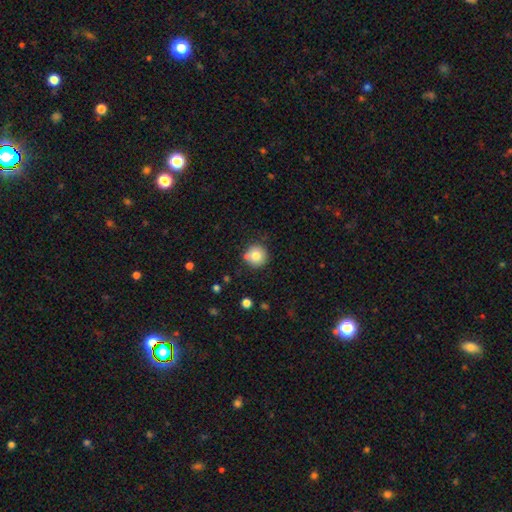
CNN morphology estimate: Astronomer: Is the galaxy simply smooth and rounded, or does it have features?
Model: smooth — 79%.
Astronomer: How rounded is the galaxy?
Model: round — 94%.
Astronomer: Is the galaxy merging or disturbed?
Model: none — 80%.